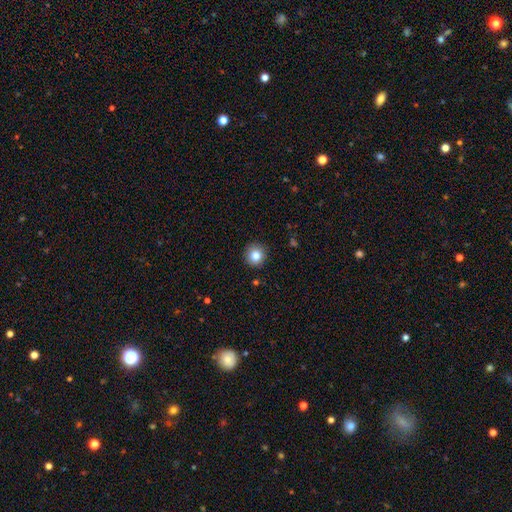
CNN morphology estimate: This appears to be a smooth galaxy with no disk features (82%) that is round (94%). Merging: none (91%).